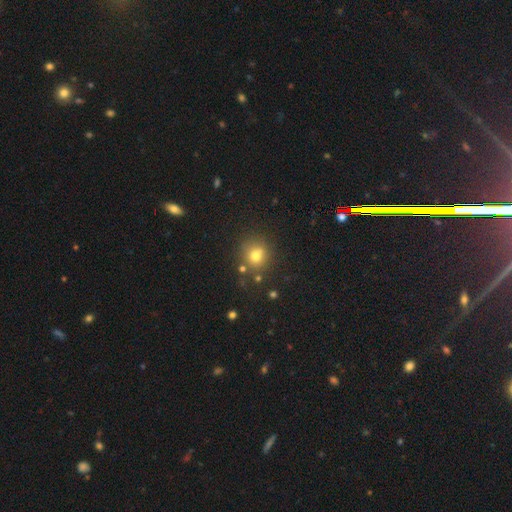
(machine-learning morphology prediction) Smooth or featured? smooth (74%)
How rounded? round (85%)
Merging? none (74%)